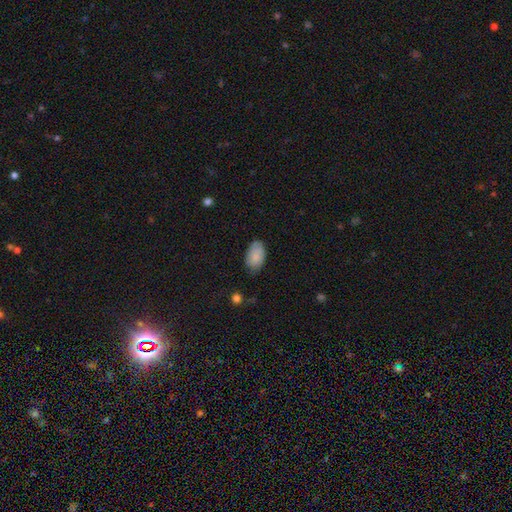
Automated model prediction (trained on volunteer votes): This is clearly a smooth galaxy (81%). How rounded: clearly in between (93%). Merging: likely none (68%).